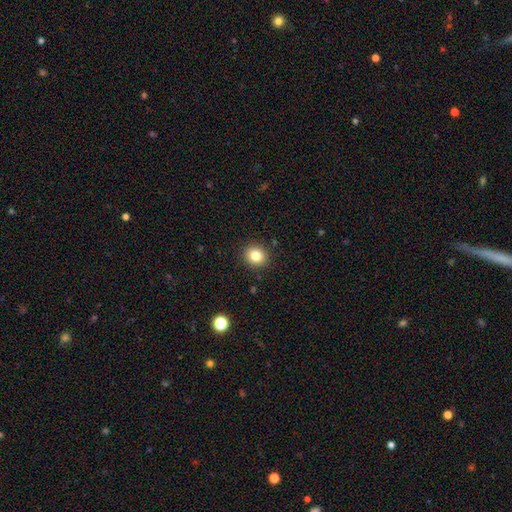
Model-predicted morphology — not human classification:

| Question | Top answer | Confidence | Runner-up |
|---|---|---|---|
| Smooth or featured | smooth | 82% | star or artifact (11%) |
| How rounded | round | 80% | in between (19%) |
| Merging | none | 90% | minor disturbance (7%) |